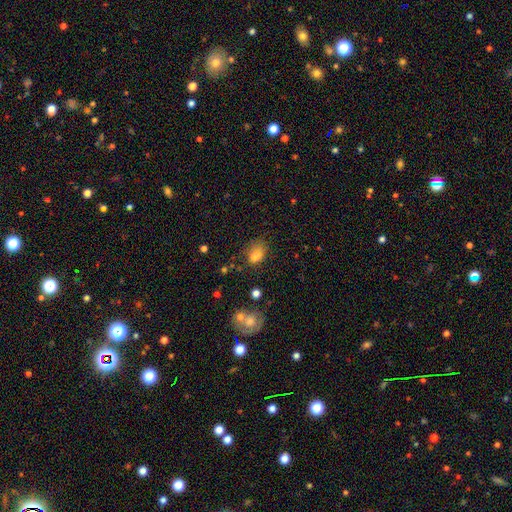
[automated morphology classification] A smooth galaxy with no disk features (75%) that is in between round and cigar-shaped (78%). Merging: none (45%).